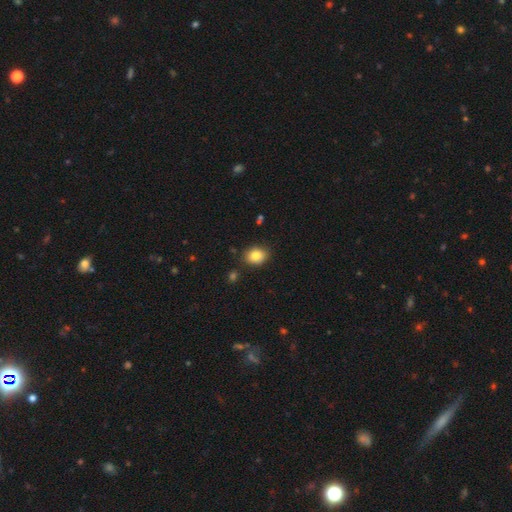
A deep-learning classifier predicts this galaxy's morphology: smooth-or-featured: smooth: 83% | star or artifact: 9% | featured or disk: 8%
  how-rounded: round: 53% | in between: 46% | cigar-shaped: 1%
  merging: none: 83% | minor disturbance: 12% | merger: 3% | major disturbance: 2%